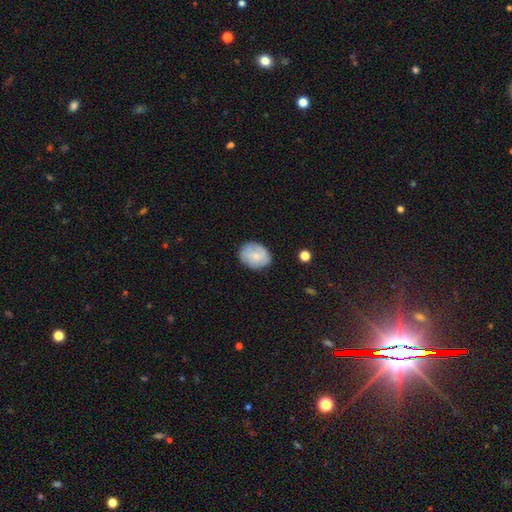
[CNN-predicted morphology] smooth 64%, featured or disk 28%, star or artifact 7%. Down the decision tree: how rounded — round (52%); merging — none (78%).